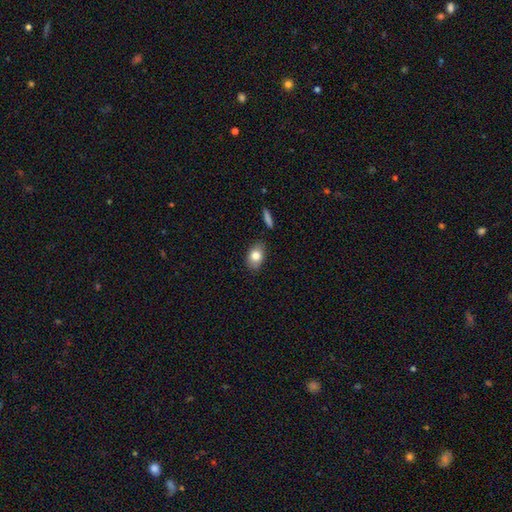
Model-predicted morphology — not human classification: type=smooth (80%); roundness=in between (83%); merging=none (83%).